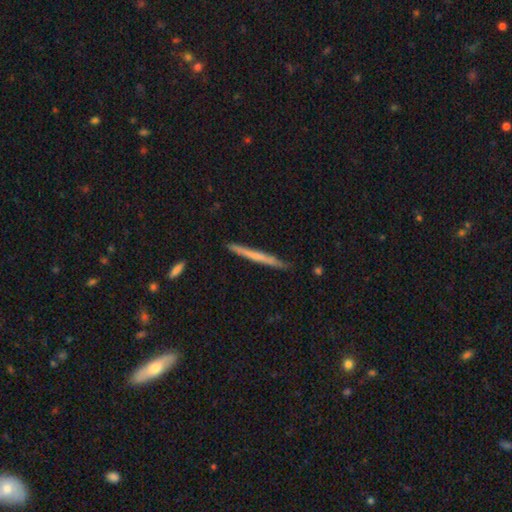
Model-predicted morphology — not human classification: Smooth or featured?
  - smooth: 51% *
  - featured or disk: 44%
  - star or artifact: 6%
How rounded?
  - cigar-shaped: 97% *
  - in between: 2%
  - round: 1%
Merging?
  - none: 86% *
  - minor disturbance: 11%
  - major disturbance: 2%
  - merger: 2%